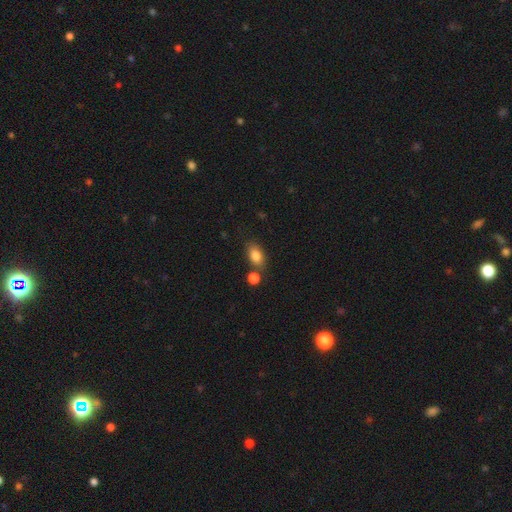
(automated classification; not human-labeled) smooth_or_featured: smooth (p=0.84) [alt: star or artifact p=0.09]
how_rounded: in between (p=0.85) [alt: round p=0.12]
merging: none (p=0.69) [alt: merger p=0.14]